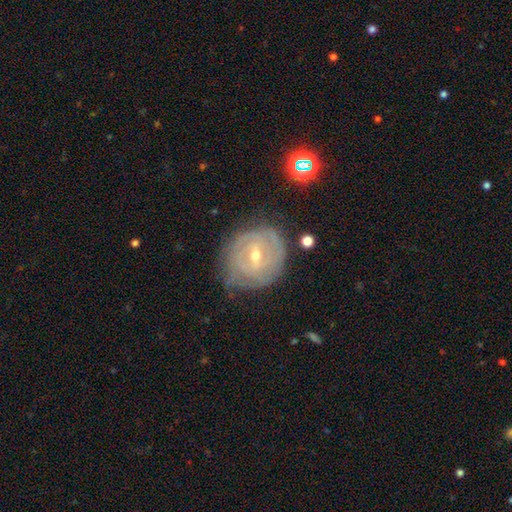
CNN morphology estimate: featured or disk 78%, smooth 15%, star or artifact 7%. Down the decision tree: edge-on disk — no (97%); bar — weak (56%); spiral arms — yes (83%); spiral arm count — can't tell (50%); spiral winding — tight (76%); bulge size — small (49%); merging — none (65%).